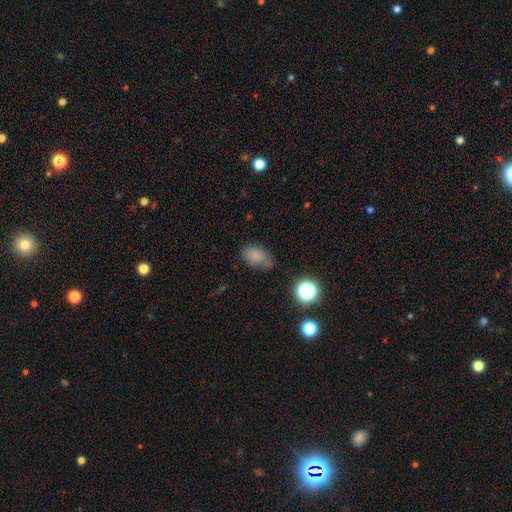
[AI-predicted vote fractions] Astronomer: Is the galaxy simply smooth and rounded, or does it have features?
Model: smooth — 77%.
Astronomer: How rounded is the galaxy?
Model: in between — 78%.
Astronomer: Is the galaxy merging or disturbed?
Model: none — 52% (runner-up: minor disturbance, 29%).